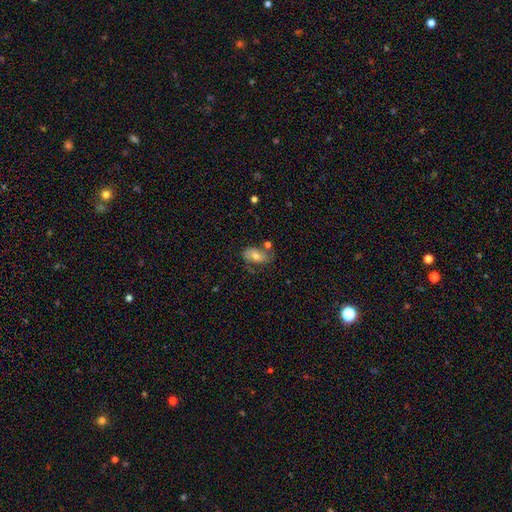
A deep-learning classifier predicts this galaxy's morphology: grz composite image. It shows a smooth galaxy with no disk features (50%). Merging: none (50%).